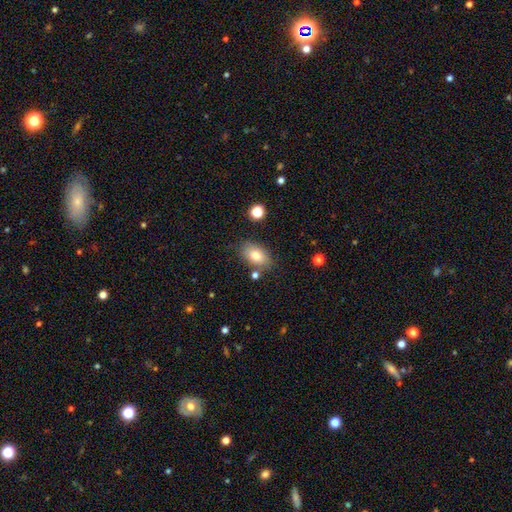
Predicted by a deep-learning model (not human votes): A smooth galaxy with no disk features (79%) that is in between round and cigar-shaped (89%).

Vote fractions:
- Smooth or featured? smooth: 79% / featured or disk: 13% / star or artifact: 8%
- How rounded? in between: 89% / round: 9% / cigar-shaped: 2%
- Merging? none: 78% / minor disturbance: 14% / merger: 5% / major disturbance: 3%